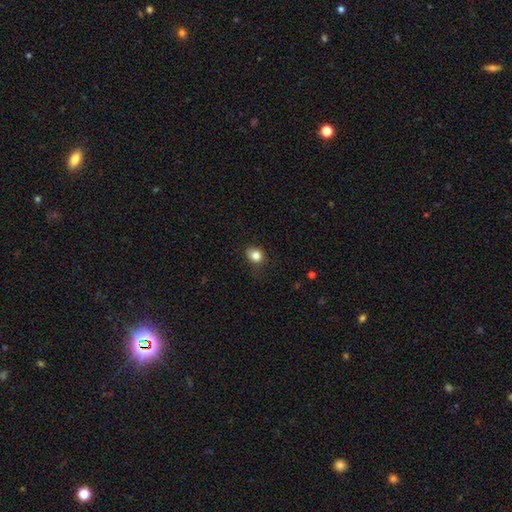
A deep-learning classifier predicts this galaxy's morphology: Smooth or featured? smooth (83%)
How rounded? round (64%)
Merging? none (75%)